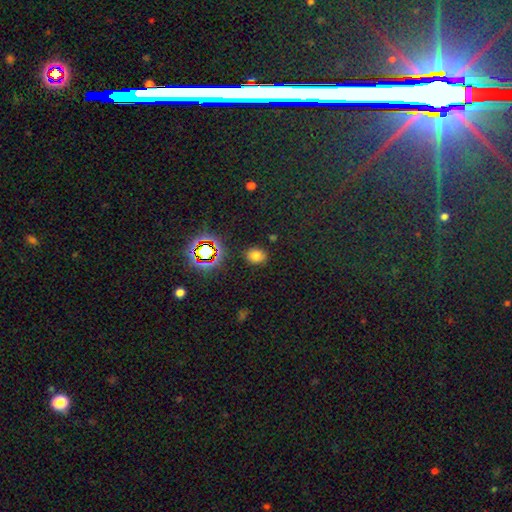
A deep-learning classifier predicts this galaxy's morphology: Overall: smooth (72%). How rounded: round (55%; in between 44%). Merging: none (87%).